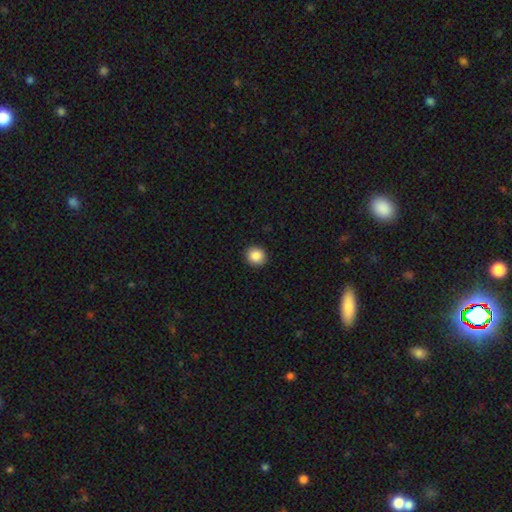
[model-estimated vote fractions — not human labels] A smooth galaxy with no disk features (87%) that is round (88%).

Vote fractions:
- Smooth or featured? smooth: 87% / star or artifact: 9% / featured or disk: 4%
- How rounded? round: 88% / in between: 11% / cigar-shaped: 1%
- Merging? none: 92% / minor disturbance: 5% / major disturbance: 2% / merger: 1%